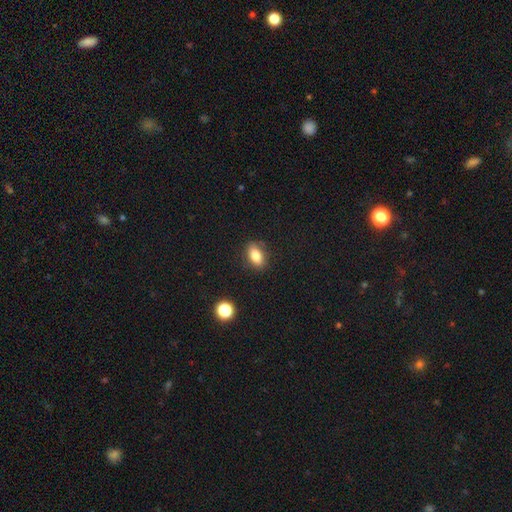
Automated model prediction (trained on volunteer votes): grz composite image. It shows a smooth galaxy with no disk features (83%) that is in between round and cigar-shaped (85%). Merging: none (85%).